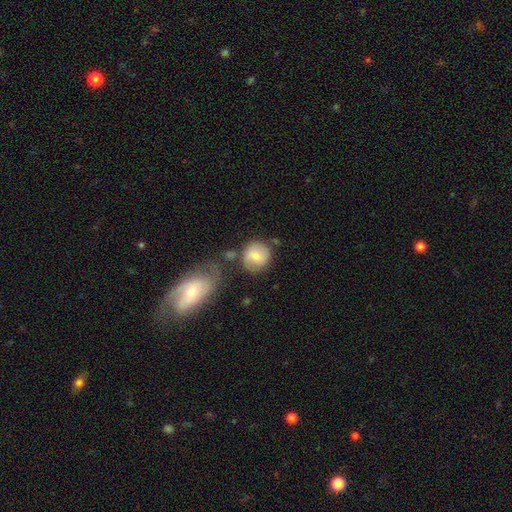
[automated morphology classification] Overall: smooth (67%). How rounded: round (85%). Merging: none (60%).